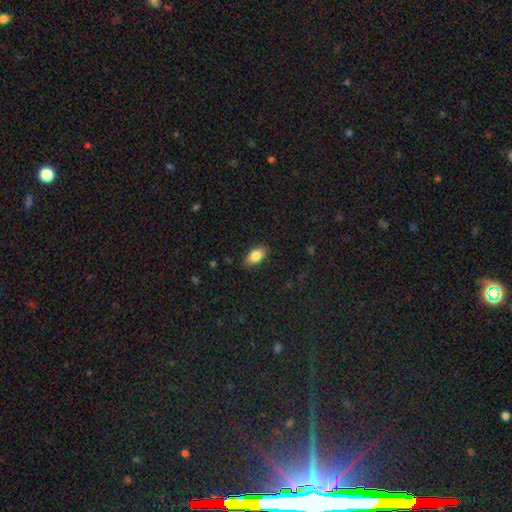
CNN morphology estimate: This appears to be a smooth galaxy with no disk features (84%) that is in between round and cigar-shaped (92%). Merging: none (87%).